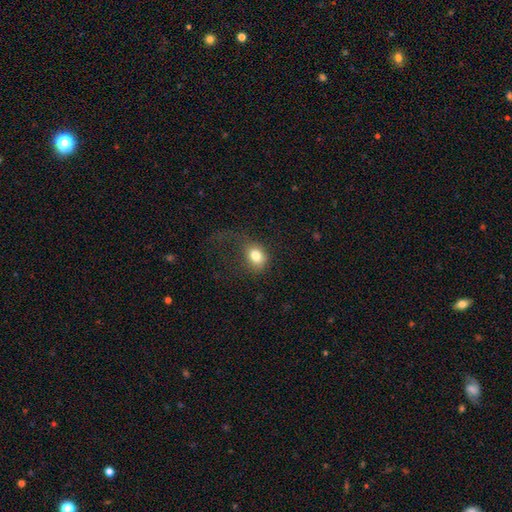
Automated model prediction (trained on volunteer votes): A smooth galaxy with no disk features (79%) that is in between round and cigar-shaped (52%). Merging: none (46%).